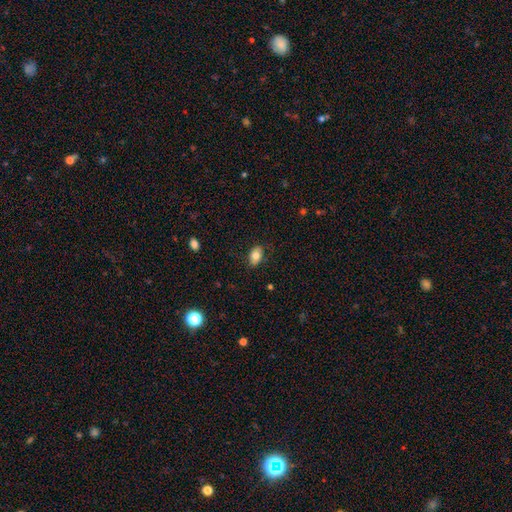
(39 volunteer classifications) smooth 74%, featured or disk 18%, star or artifact 8%. Down the decision tree: how rounded — in between (100%); merging — none (83%).